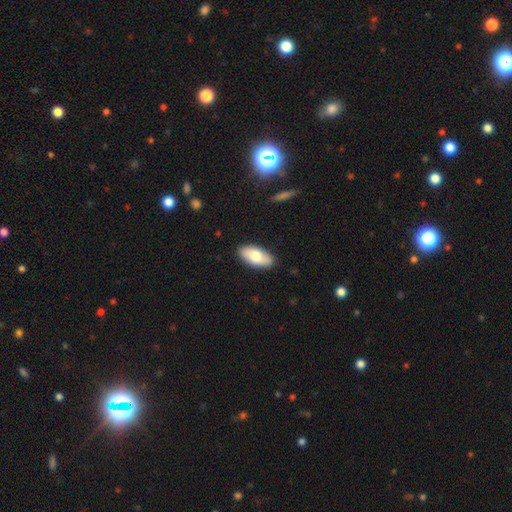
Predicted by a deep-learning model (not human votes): Smooth or featured?
  - smooth: 73% *
  - featured or disk: 22%
  - star or artifact: 5%
How rounded?
  - in between: 92% *
  - cigar-shaped: 6%
  - round: 2%
Merging?
  - none: 87% *
  - minor disturbance: 9%
  - major disturbance: 2%
  - merger: 1%